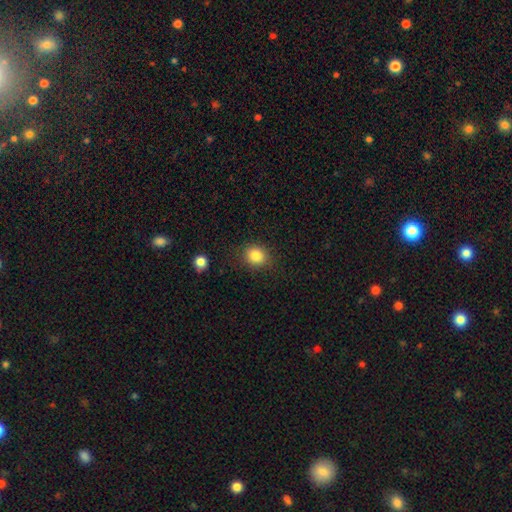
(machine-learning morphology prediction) Smooth or featured?
  - smooth: 85% *
  - star or artifact: 10%
  - featured or disk: 5%
How rounded?
  - round: 76% *
  - in between: 23%
  - cigar-shaped: 1%
Merging?
  - none: 85% *
  - minor disturbance: 10%
  - major disturbance: 3%
  - merger: 2%